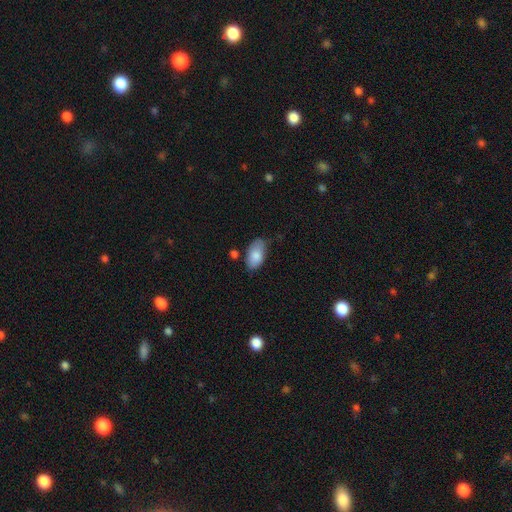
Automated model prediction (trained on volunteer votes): smooth_or_featured: smooth (p=0.84) [alt: featured or disk p=0.10]
how_rounded: in between (p=0.94) [alt: round p=0.04]
merging: none (p=0.64) [alt: minor disturbance p=0.25]